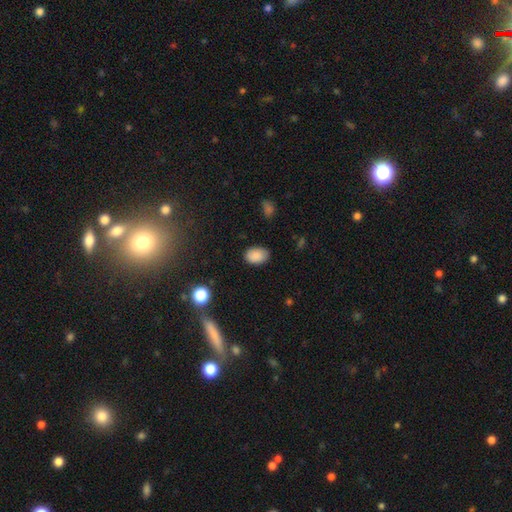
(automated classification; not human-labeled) Smooth or featured?
  - smooth: 88% *
  - star or artifact: 8%
  - featured or disk: 4%
How rounded?
  - in between: 85% *
  - round: 14%
  - cigar-shaped: 1%
Merging?
  - none: 81% *
  - minor disturbance: 15%
  - major disturbance: 3%
  - merger: 1%